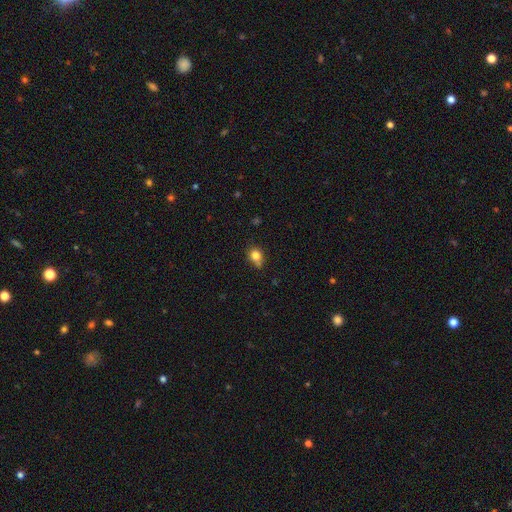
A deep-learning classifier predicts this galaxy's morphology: smooth_or_featured: smooth (p=0.80) [alt: star or artifact p=0.12]
how_rounded: round (p=0.67) [alt: in between p=0.32]
merging: none (p=0.61) [alt: minor disturbance p=0.23]